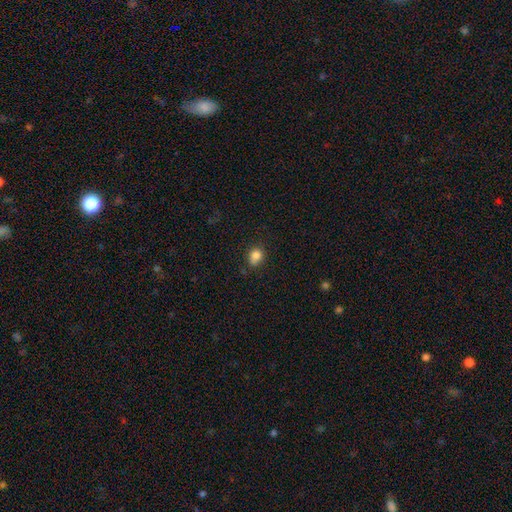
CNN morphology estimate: Overall: smooth (83%). How rounded: round (63%; in between 36%). Merging: none (64%; minor disturbance 25%).